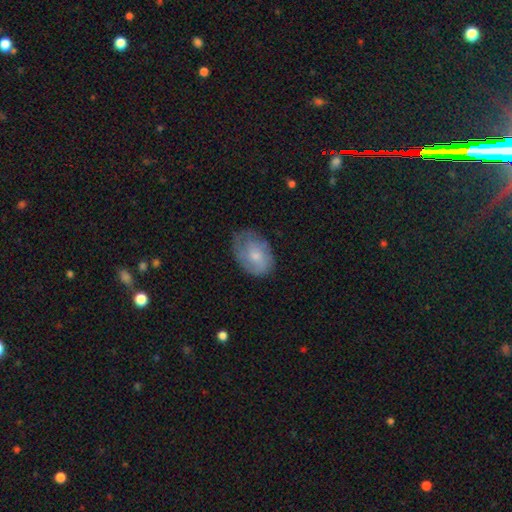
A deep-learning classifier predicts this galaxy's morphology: smooth_or_featured: smooth (p=0.58) [alt: featured or disk p=0.35]
how_rounded: in between (p=0.82) [alt: round p=0.17]
merging: none (p=0.60) [alt: minor disturbance p=0.29]